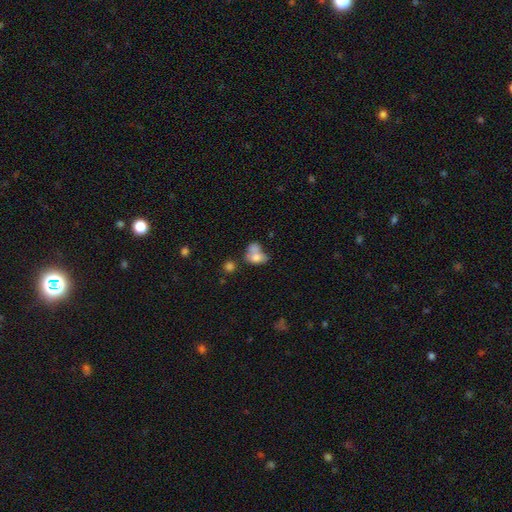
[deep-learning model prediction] This appears to be a smooth galaxy with no disk features (69%) that is in between round and cigar-shaped (68%). Merging: merger (52%).